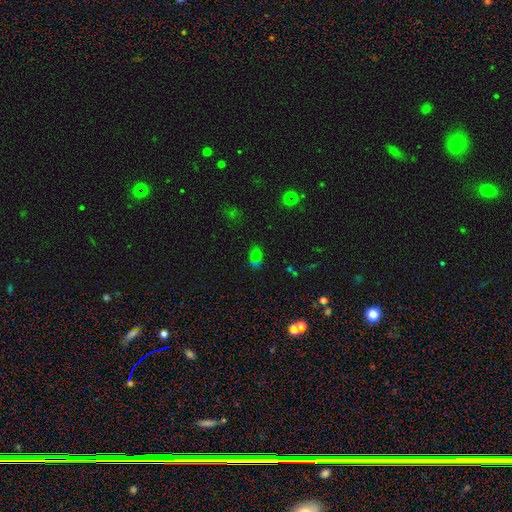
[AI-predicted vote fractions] Smooth or featured: smooth — 59% (star or artifact — 27%)
How rounded: in between — 55% (round — 42%)
Merging: none — 48% (merger — 31%)